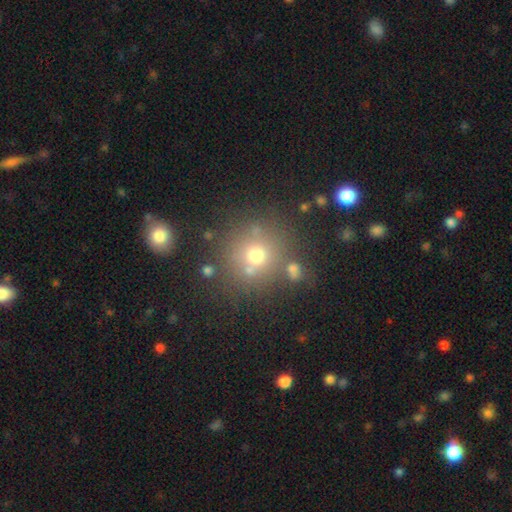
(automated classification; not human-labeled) smooth-or-featured: smooth: 67% | star or artifact: 20% | featured or disk: 13%
  how-rounded: round: 90% | in between: 9% | cigar-shaped: 1%
  merging: none: 74% | merger: 10% | minor disturbance: 10% | major disturbance: 5%